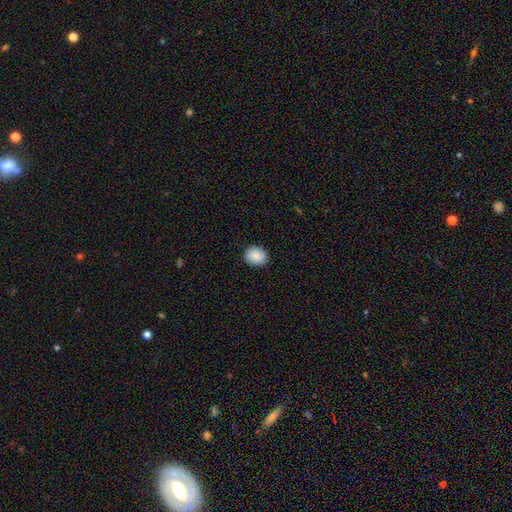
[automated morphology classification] The model was most divided on "how rounded": round: 63%, in between: 36%, cigar-shaped: 1%. More confident: merging — none (90%); smooth or featured — smooth (88%).